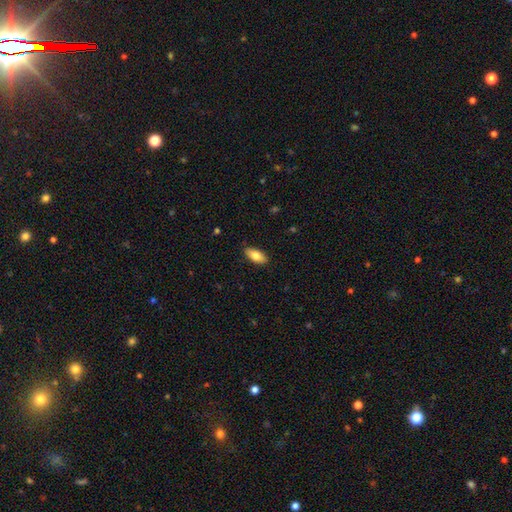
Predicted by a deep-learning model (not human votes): Overall: smooth (81%). How rounded: in between (86%). Merging: none (87%).